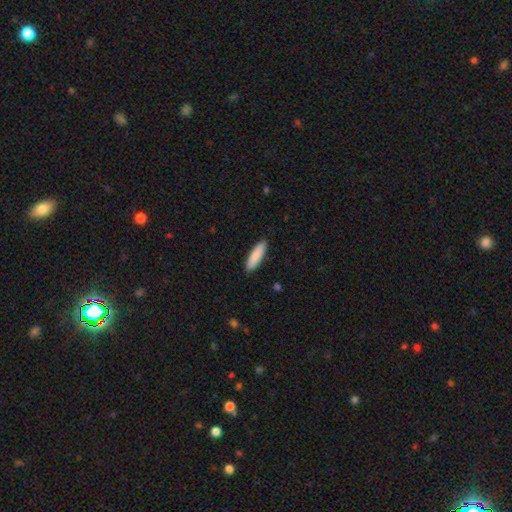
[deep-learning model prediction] A smooth galaxy with no disk features (88%) that is cigar-shaped (65%).

Vote fractions:
- Smooth or featured? smooth: 88% / featured or disk: 7% / star or artifact: 5%
- How rounded? cigar-shaped: 65% / in between: 34% / round: 1%
- Merging? none: 90% / minor disturbance: 8% / major disturbance: 1% / merger: 1%